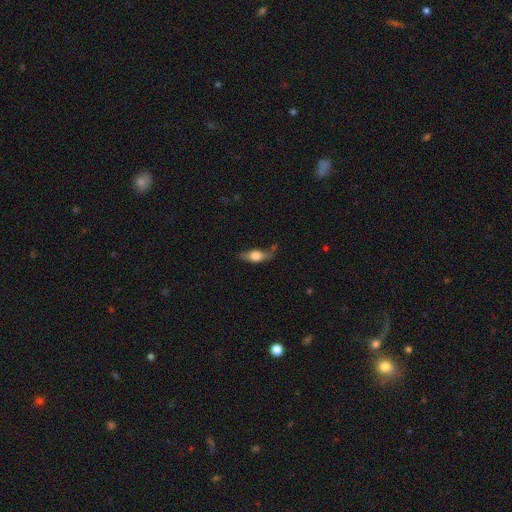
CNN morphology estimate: smooth 53%, featured or disk 40%, star or artifact 7%. Down the decision tree: how rounded — in between (67%); merging — none (58%).